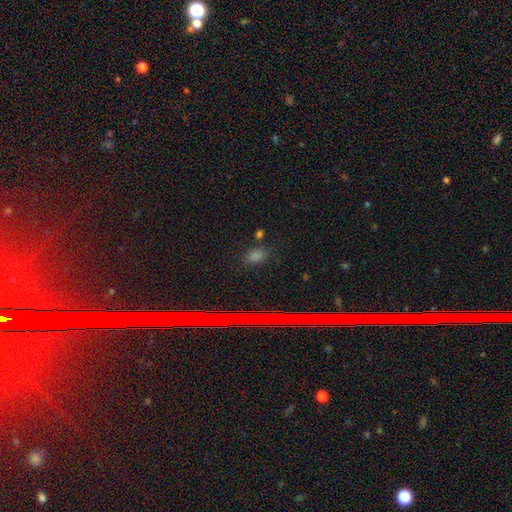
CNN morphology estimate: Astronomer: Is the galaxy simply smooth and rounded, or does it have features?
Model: smooth — 59%.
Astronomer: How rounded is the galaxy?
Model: round — 56% (runner-up: in between, 37%).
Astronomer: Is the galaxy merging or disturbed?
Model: none — 83%.